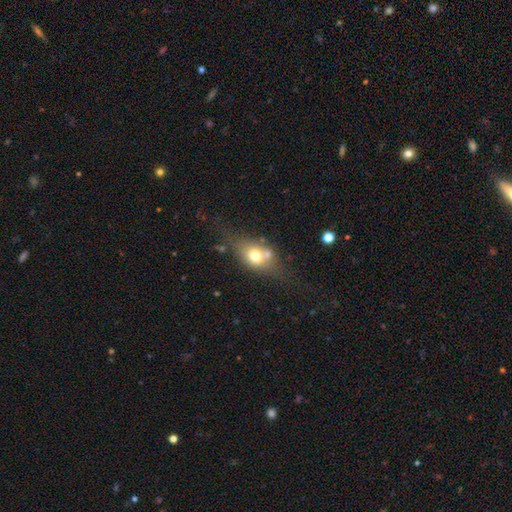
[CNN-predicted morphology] Overall: smooth (63%; featured or disk 27%). How rounded: in between (65%; round 29%). Merging: none (49%; merger 21%).